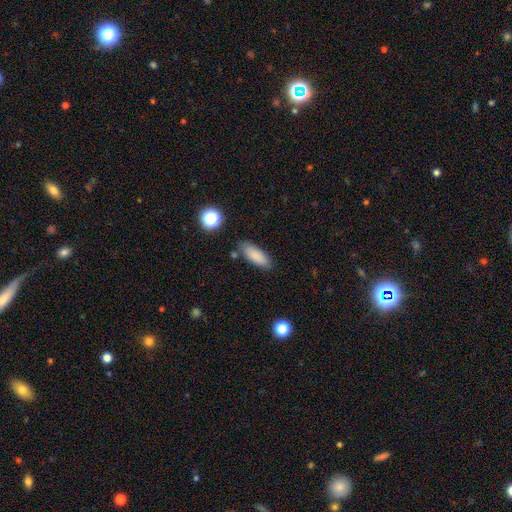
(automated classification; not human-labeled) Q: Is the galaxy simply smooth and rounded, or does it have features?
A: smooth — 86%.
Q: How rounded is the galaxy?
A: in between — 71%.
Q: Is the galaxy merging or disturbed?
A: none — 80%.